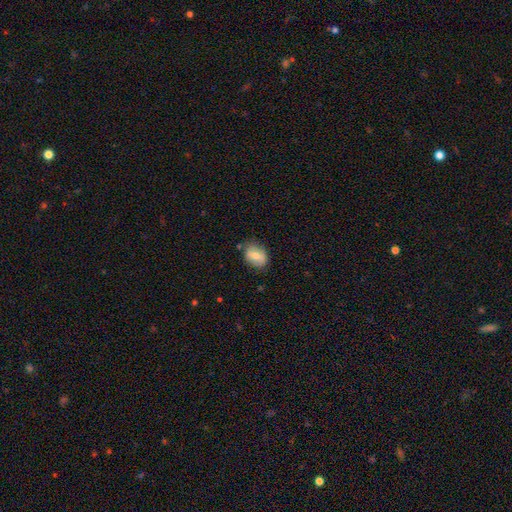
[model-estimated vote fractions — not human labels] Smooth or featured: smooth — 66% (featured or disk — 26%)
How rounded: in between — 72% (round — 27%)
Merging: none — 76% (minor disturbance — 18%)